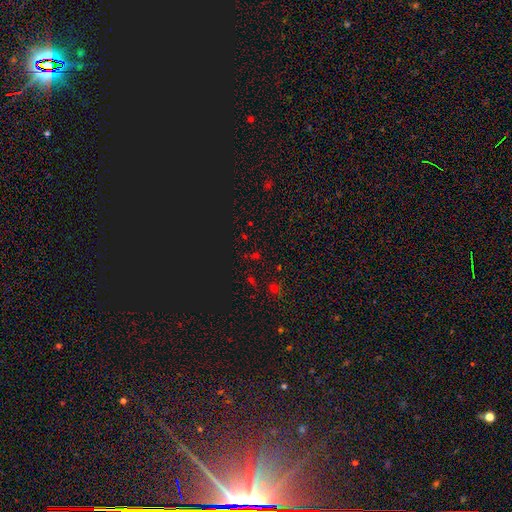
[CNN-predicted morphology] Smooth or featured: star or artifact — 67% (smooth — 25%)